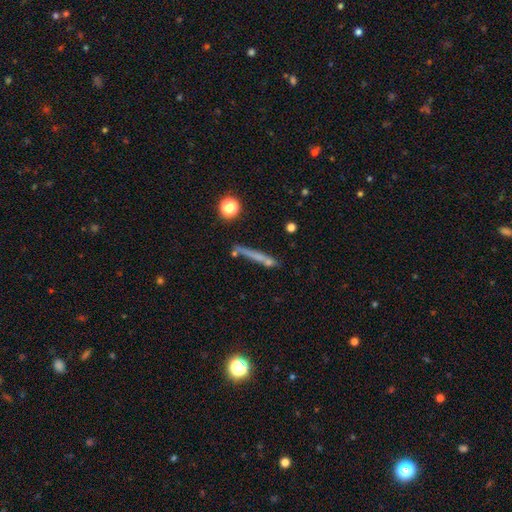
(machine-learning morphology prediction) smooth-or-featured: smooth: 52% | featured or disk: 36% | star or artifact: 12%
  how-rounded: cigar-shaped: 91% | in between: 5% | round: 4%
  merging: none: 69% | minor disturbance: 15% | merger: 10% | major disturbance: 6%